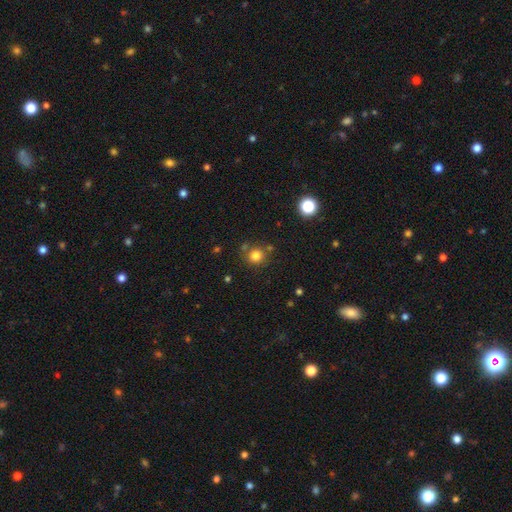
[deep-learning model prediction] Smooth or featured? Predicted: smooth (p=0.79). How rounded? Predicted: round (p=0.90). Merging? Predicted: none (p=0.75).